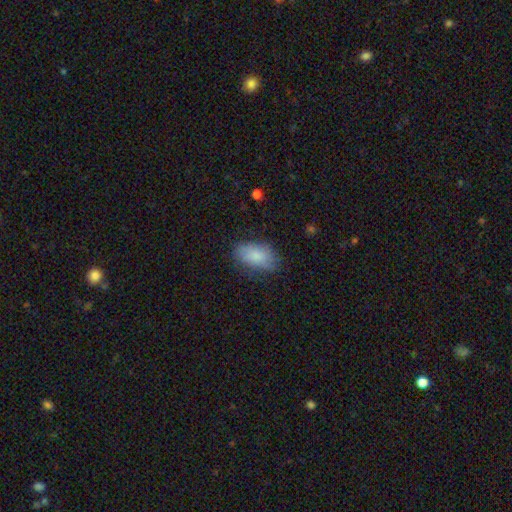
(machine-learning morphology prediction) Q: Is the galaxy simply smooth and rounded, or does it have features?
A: smooth — 83%.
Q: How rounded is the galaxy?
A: in between — 92%.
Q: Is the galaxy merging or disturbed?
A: none — 74%.